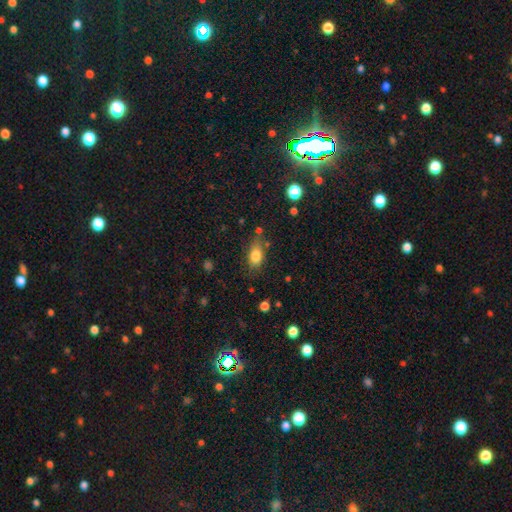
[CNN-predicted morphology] The model was most divided on "merging": none: 69%, minor disturbance: 20%, major disturbance: 6%, merger: 5%. More confident: how rounded — in between (83%); smooth or featured — smooth (81%).